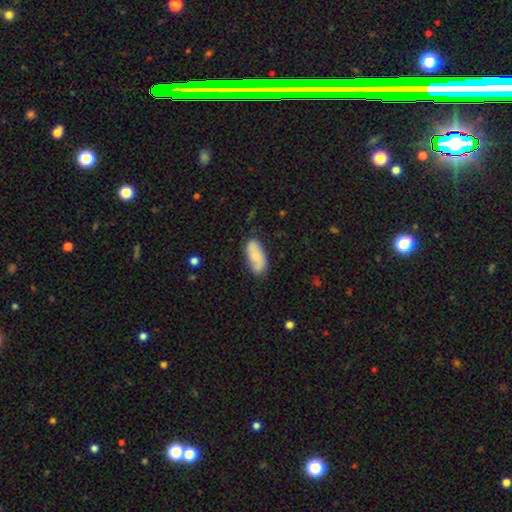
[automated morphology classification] Smooth or featured? Predicted: smooth (p=0.65). How rounded? Predicted: in between (p=0.87). Merging? Predicted: none (p=0.74).